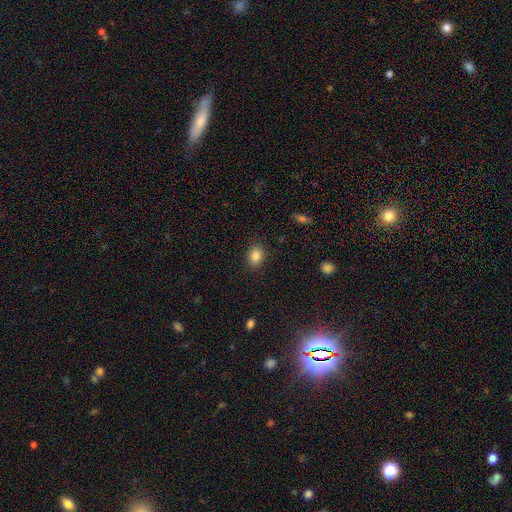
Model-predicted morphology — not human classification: smooth-or-featured: smooth: 86% | star or artifact: 10% | featured or disk: 4%
  how-rounded: in between: 52% | round: 47% | cigar-shaped: 1%
  merging: none: 87% | minor disturbance: 9% | major disturbance: 3% | merger: 1%